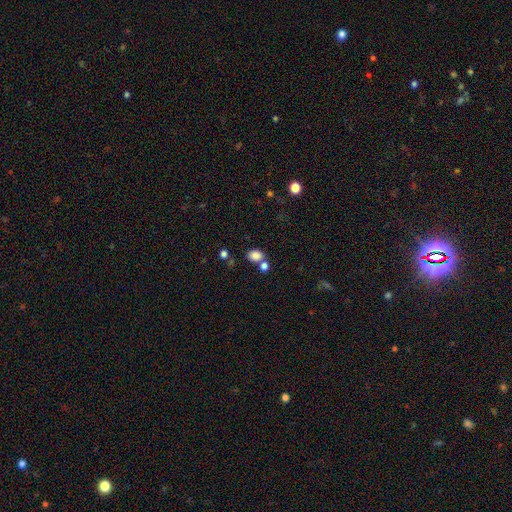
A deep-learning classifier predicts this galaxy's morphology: A smooth galaxy with no disk features (83%) that is in between round and cigar-shaped (64%).

Vote fractions:
- Smooth or featured? smooth: 83% / star or artifact: 12% / featured or disk: 5%
- How rounded? in between: 64% / round: 35% / cigar-shaped: 1%
- Merging? none: 60% / merger: 24% / minor disturbance: 12% / major disturbance: 4%